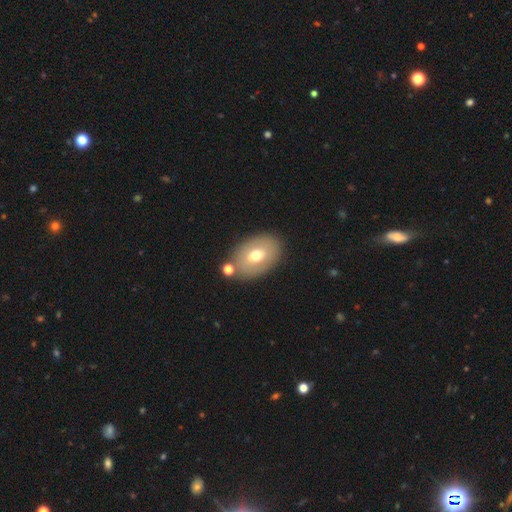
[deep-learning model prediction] Overall: smooth (63%; featured or disk 29%). How rounded: in between (84%). Merging: none (76%).